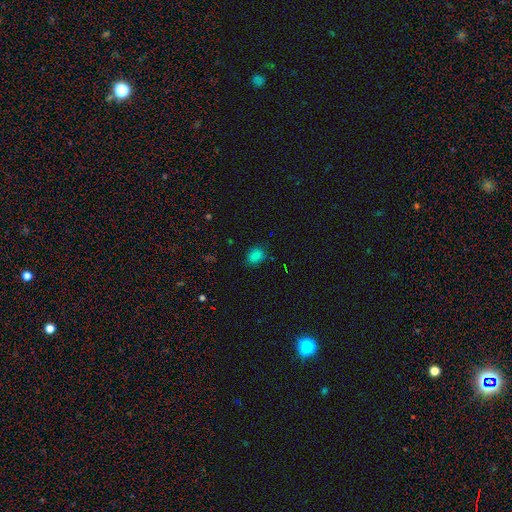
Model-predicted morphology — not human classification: Smooth or featured? smooth (80%)
How rounded? in between (63%)
Merging? none (82%)